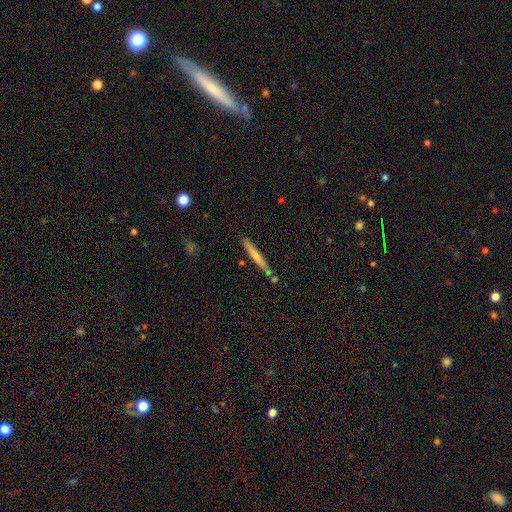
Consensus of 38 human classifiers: Q: Smooth or featured?
A: featured or disk (47%); runner-up: smooth (45%)
Q: Edge-on disk?
A: yes (100%)
Q: Edge-on bulge?
A: none (56%); runner-up: rounded (33%)
Q: Merging?
A: none (66%); runner-up: merger (14%)